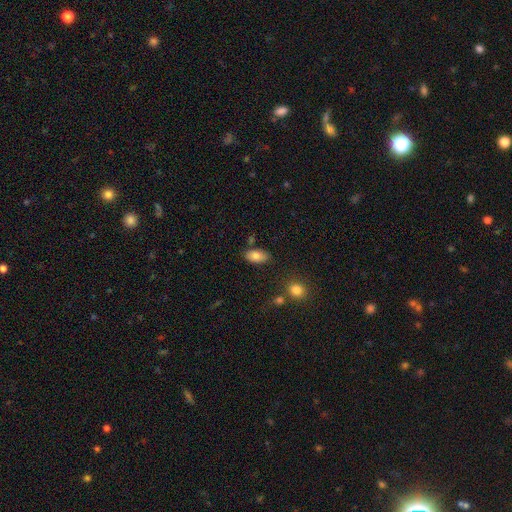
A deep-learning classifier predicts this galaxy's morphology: A smooth galaxy with no disk features (83%) that is in between round and cigar-shaped (92%). Merging: none (77%).